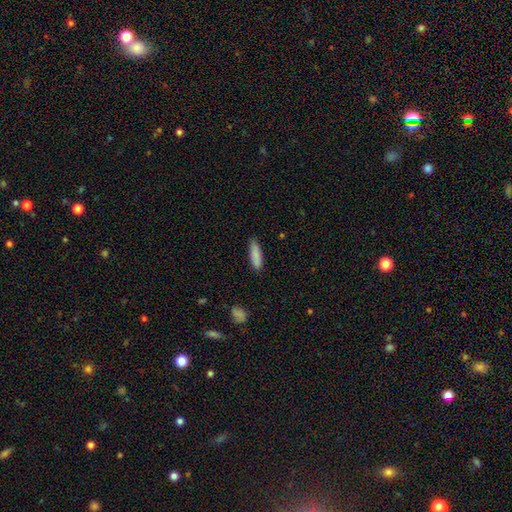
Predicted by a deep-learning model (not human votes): Smooth or featured? Predicted: smooth (p=0.87). How rounded? Predicted: cigar-shaped (p=0.66). Merging? Predicted: none (p=0.86).